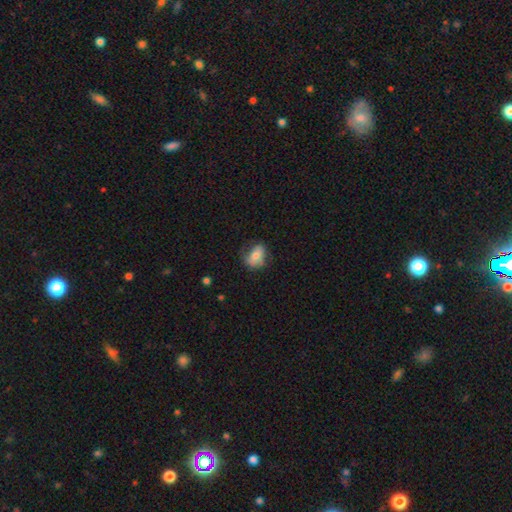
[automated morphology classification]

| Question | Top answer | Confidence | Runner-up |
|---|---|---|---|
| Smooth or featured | smooth | 62% | featured or disk (30%) |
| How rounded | in between | 77% | round (20%) |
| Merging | none | 57% | minor disturbance (27%) |